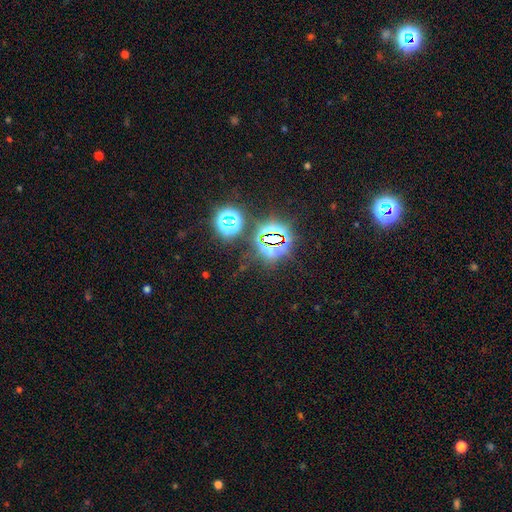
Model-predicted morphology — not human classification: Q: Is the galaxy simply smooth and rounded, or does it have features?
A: star or artifact — 80%.